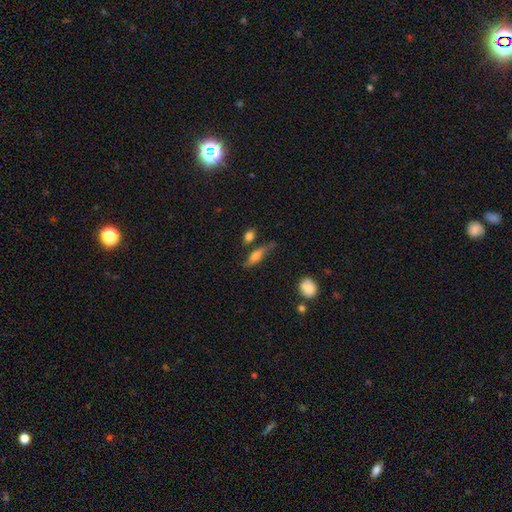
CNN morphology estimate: Overall: smooth (63%; featured or disk 29%). How rounded: in between (50%; cigar-shaped 46%). Merging: none (63%).